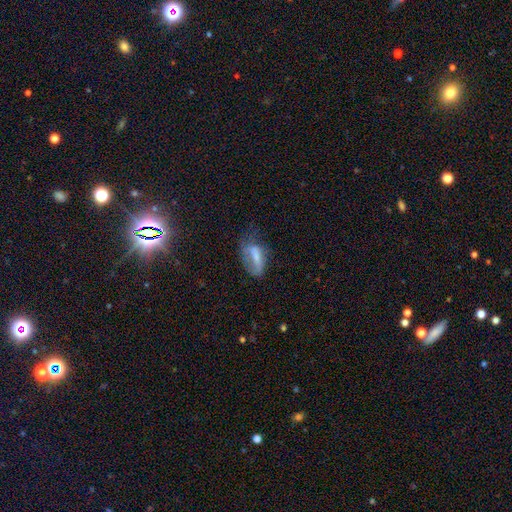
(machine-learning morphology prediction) This appears to be a smooth galaxy with no disk features (55%) that is in between round and cigar-shaped (81%). Merging: major disturbance (38%).